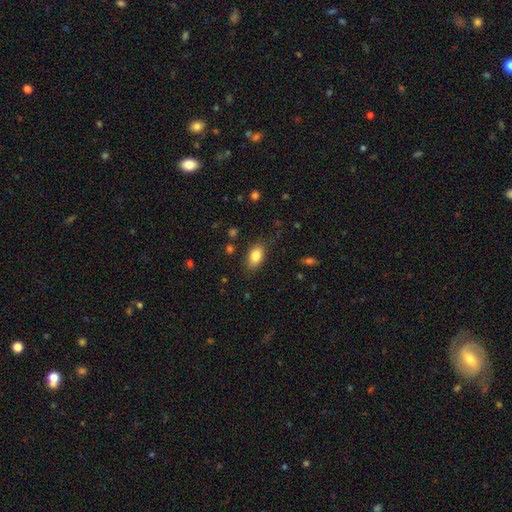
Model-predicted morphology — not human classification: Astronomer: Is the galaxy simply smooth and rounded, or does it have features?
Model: smooth — 83%.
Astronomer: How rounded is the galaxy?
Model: in between — 87%.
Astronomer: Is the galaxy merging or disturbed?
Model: none — 79%.